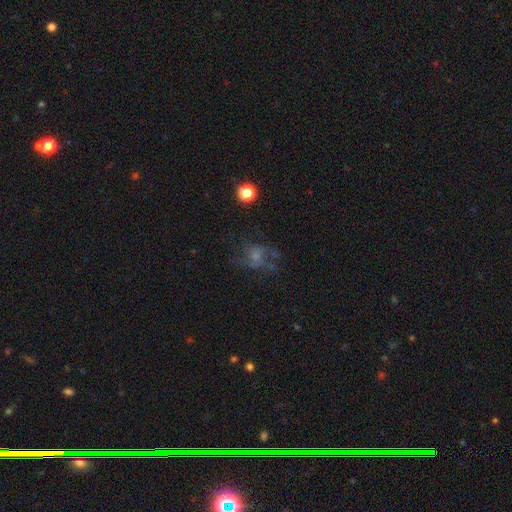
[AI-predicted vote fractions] The model was most divided on "bulge size": small: 43%, none: 28%, moderate: 24%, large: 4%, dominant: 2%. More confident: edge-on disk — no (97%); bar — no (76%); spiral arms — yes (64%); merging — none (54%); smooth or featured — featured or disk (54%).